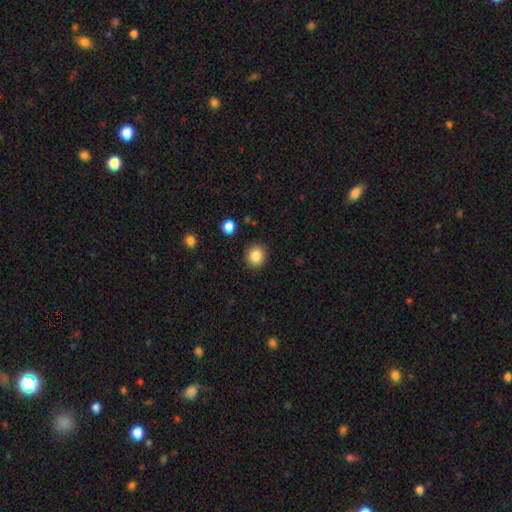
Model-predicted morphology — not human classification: Smooth or featured: smooth — 85% (star or artifact — 10%)
How rounded: round — 89% (in between — 10%)
Merging: none — 90% (minor disturbance — 6%)